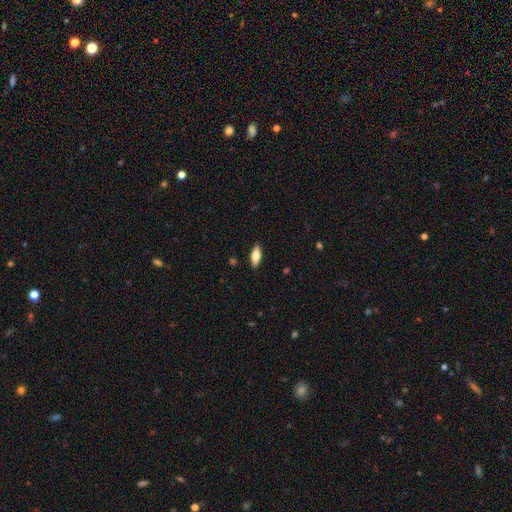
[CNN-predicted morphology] smooth 76%, featured or disk 18%, star or artifact 6%. Down the decision tree: how rounded — in between (75%); merging — none (89%).